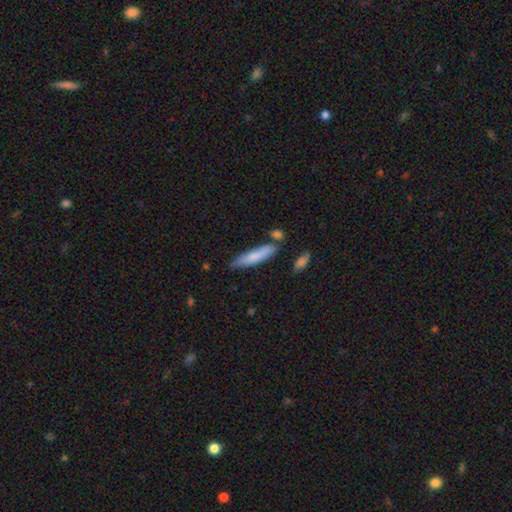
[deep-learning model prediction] Smooth or featured? Predicted: smooth (p=0.77). How rounded? Predicted: cigar-shaped (p=0.80). Merging? Predicted: none (p=0.74).